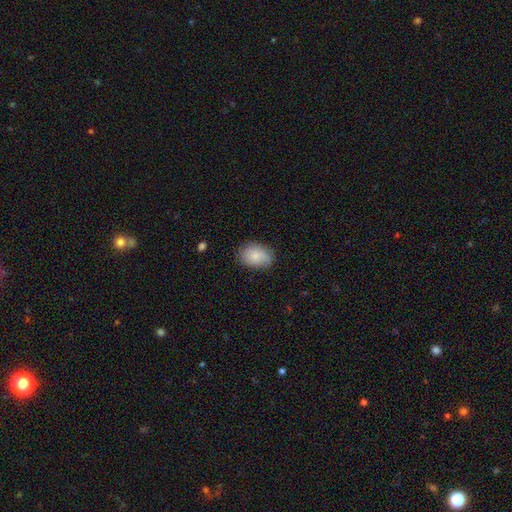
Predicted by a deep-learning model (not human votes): smooth-or-featured: smooth: 77% | featured or disk: 16% | star or artifact: 7%
  how-rounded: in between: 73% | round: 26% | cigar-shaped: 1%
  merging: none: 71% | minor disturbance: 22% | major disturbance: 5% | merger: 1%